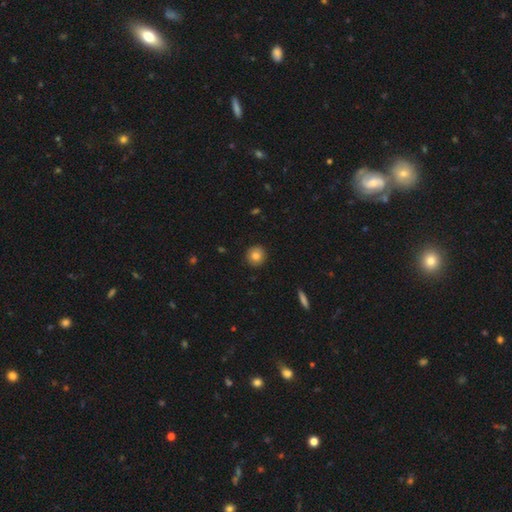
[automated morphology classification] Smooth or featured? smooth (82%)
How rounded? round (93%)
Merging? none (91%)